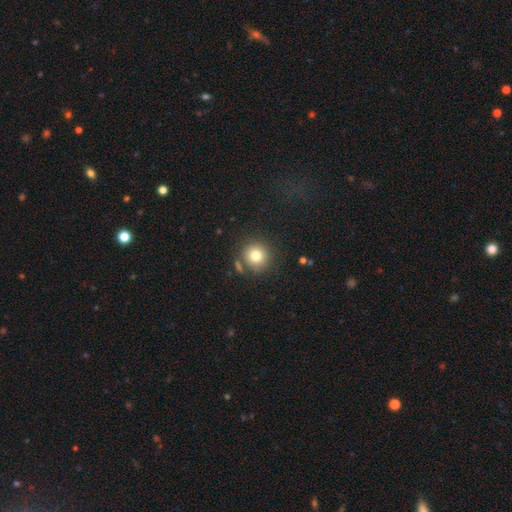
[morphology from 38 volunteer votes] Smooth or featured? smooth (84%)
How rounded? round (100%)
Merging? none (69%)